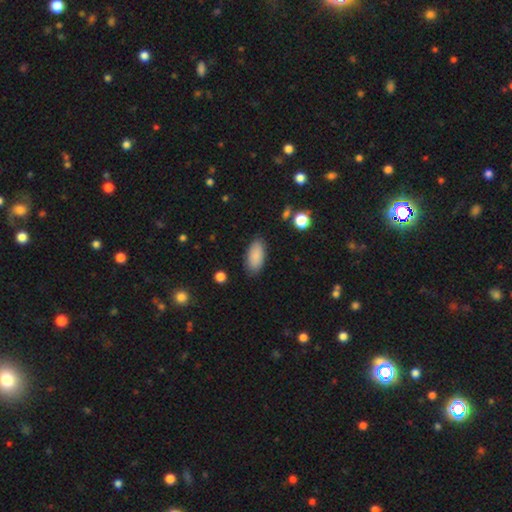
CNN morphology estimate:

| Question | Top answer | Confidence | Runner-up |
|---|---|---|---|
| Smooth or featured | smooth | 88% | star or artifact (7%) |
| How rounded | in between | 91% | cigar-shaped (7%) |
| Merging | none | 84% | minor disturbance (11%) |